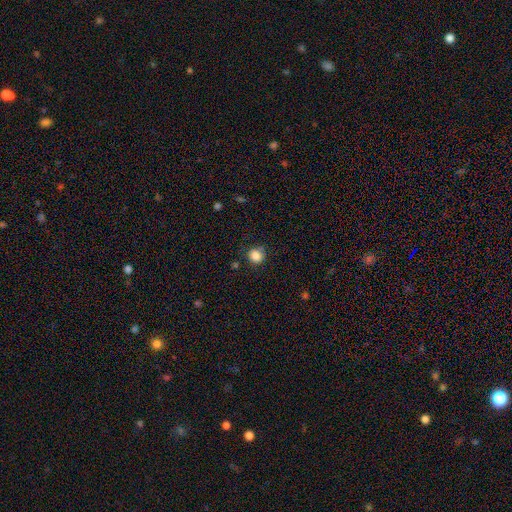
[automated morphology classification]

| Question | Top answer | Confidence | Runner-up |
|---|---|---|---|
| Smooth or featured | smooth | 85% | star or artifact (11%) |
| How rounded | round | 88% | in between (11%) |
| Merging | none | 80% | minor disturbance (14%) |